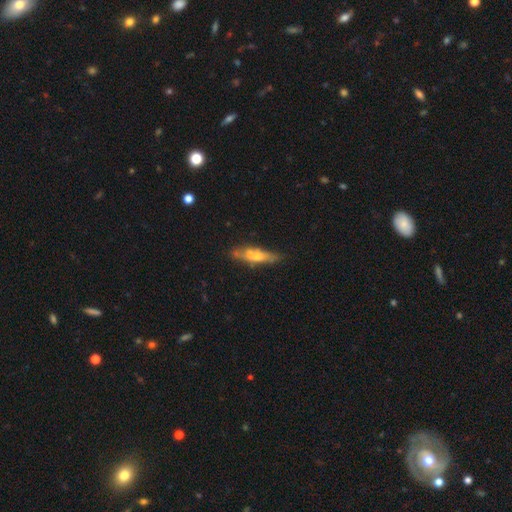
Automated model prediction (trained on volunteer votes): A featured or disk galaxy (48%). Merging: none (62%).